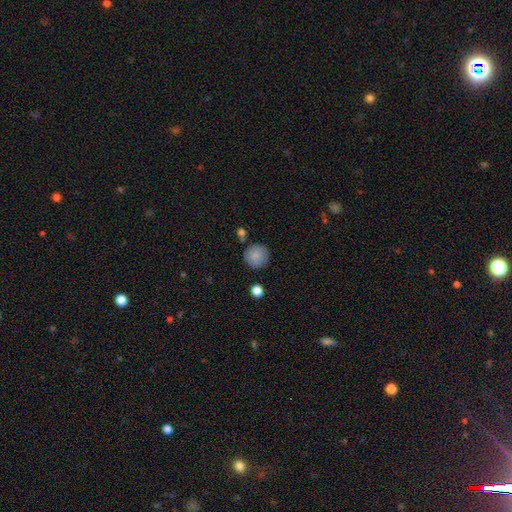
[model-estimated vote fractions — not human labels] smooth_or_featured: smooth (p=0.87) [alt: star or artifact p=0.08]
how_rounded: round (p=0.94) [alt: in between p=0.05]
merging: none (p=0.84) [alt: minor disturbance p=0.09]